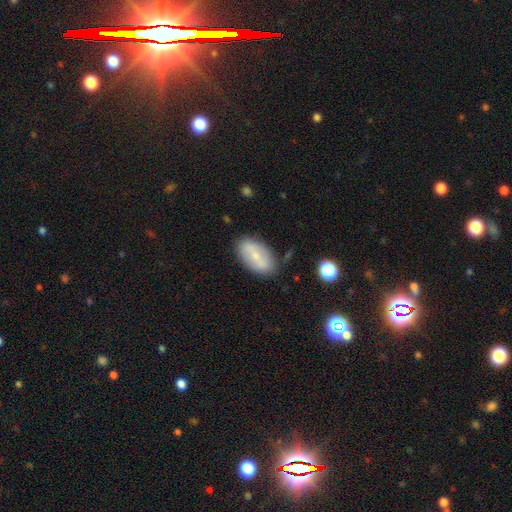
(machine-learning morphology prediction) Smooth or featured? Predicted: smooth (p=0.58). How rounded? Predicted: in between (p=0.92). Merging? Predicted: none (p=0.79).